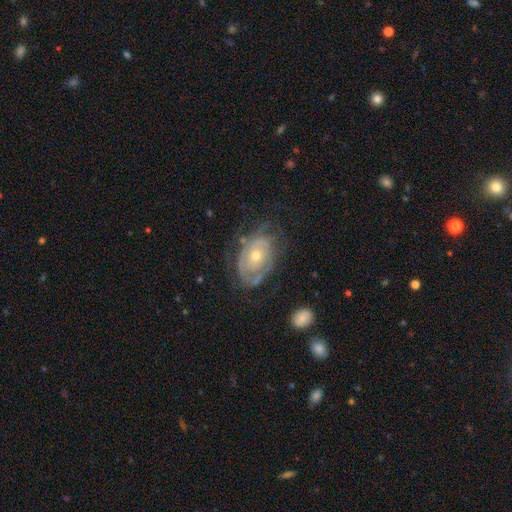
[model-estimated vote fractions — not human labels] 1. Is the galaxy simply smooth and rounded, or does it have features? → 76% featured or disk, 18% smooth, 6% star or artifact.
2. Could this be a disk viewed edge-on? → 96% no, 4% yes.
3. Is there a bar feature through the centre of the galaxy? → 82% no, 15% weak, 3% strong.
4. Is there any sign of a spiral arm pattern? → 74% yes, 26% no.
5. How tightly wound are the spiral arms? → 67% tight, 23% medium, 10% loose.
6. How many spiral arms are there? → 51% can't tell, 25% 2, 9% 1, 8% 3, 4% 4, 3% more than 4.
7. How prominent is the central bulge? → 48% small (tied), 48% moderate (tied), 2% large, 1% none, 1% dominant.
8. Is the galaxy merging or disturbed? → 57% none, 24% minor disturbance, 16% major disturbance, 2% merger.